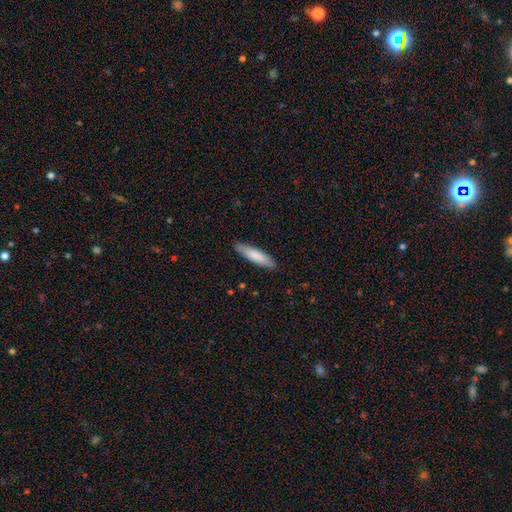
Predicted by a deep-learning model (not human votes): A smooth galaxy with no disk features (82%) that is cigar-shaped (74%). Merging: none (88%).